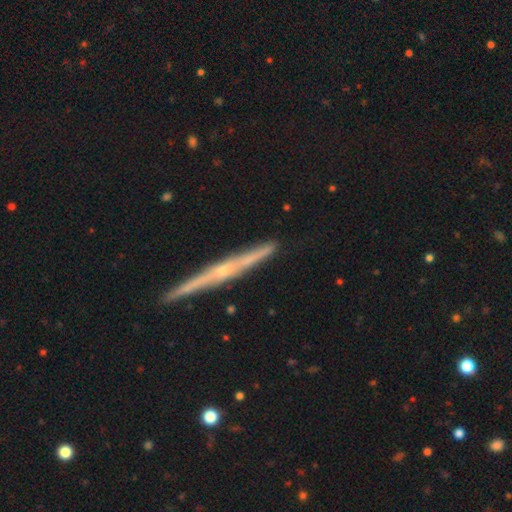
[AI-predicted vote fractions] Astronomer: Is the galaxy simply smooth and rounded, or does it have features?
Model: featured or disk — 63%.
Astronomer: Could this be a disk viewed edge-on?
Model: yes — 96%.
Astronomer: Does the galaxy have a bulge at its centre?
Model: rounded — 65%.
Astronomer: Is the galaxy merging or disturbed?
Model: none — 85%.